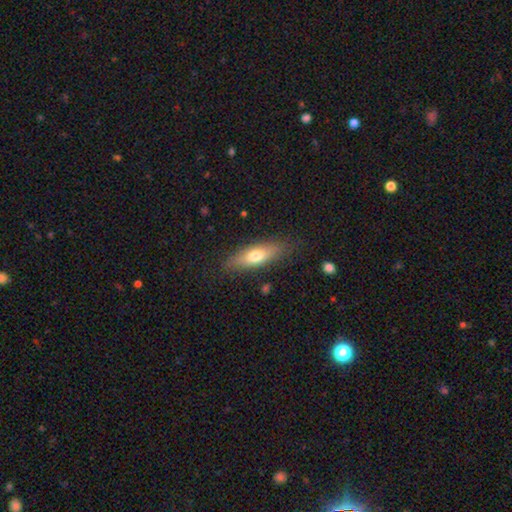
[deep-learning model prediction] The model was most divided on "how rounded": in between: 53%, cigar-shaped: 44%, round: 3%. More confident: merging — none (82%); smooth or featured — smooth (67%).